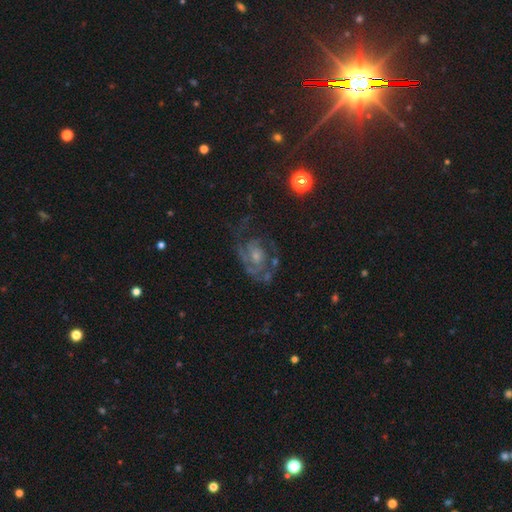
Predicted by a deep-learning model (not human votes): Morphology: type=featured or disk (84%); edge-on=no (98%); bar=no (66%); spiral arms=yes (93%); winding=medium (46%); arm count=2 (47%); bulge=small (60%); merging=none (52%).